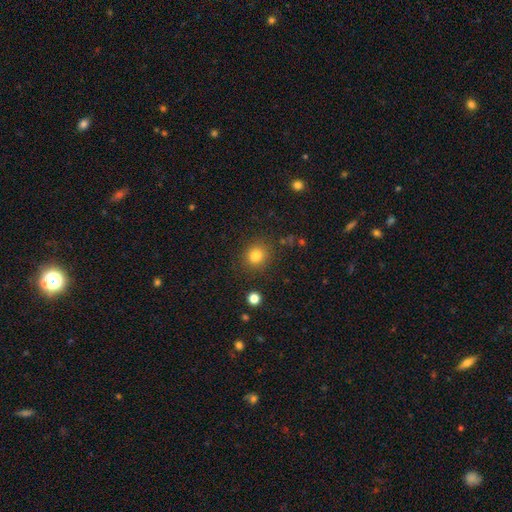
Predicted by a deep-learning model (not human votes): The model was most divided on "how rounded": round: 76%, in between: 24%, cigar-shaped: 1%. More confident: merging — none (82%); smooth or featured — smooth (82%).